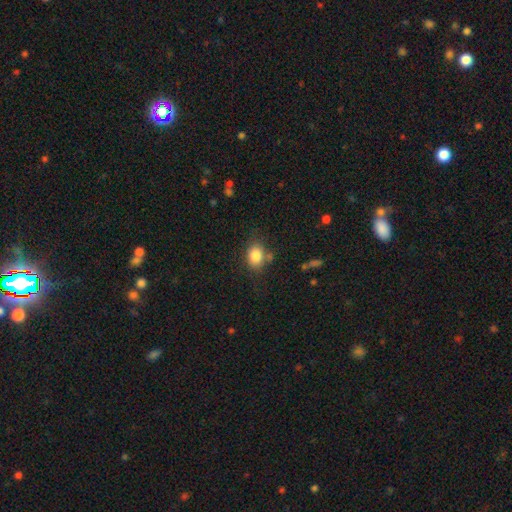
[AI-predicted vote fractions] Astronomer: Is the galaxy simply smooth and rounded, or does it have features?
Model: smooth — 84%.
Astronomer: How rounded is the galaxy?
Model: in between — 59% (runner-up: round, 40%).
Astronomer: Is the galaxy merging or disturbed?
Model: none — 70%.